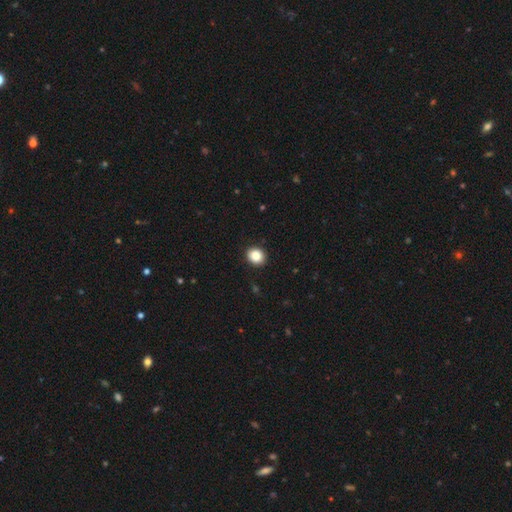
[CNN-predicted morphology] Smooth or featured? smooth (87%)
How rounded? round (73%)
Merging? none (92%)